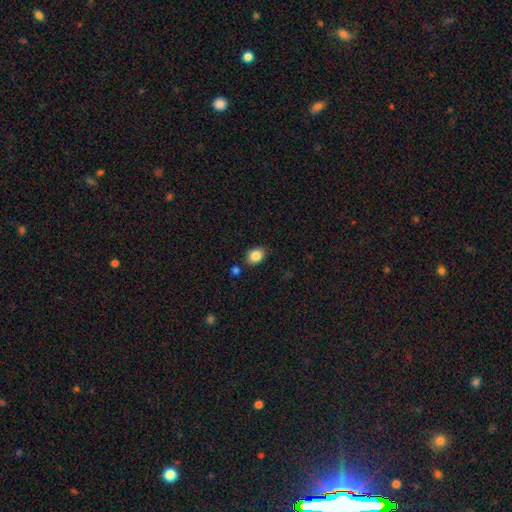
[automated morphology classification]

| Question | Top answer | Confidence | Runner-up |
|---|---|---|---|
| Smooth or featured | smooth | 86% | star or artifact (9%) |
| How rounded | in between | 58% | round (41%) |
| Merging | none | 80% | minor disturbance (12%) |